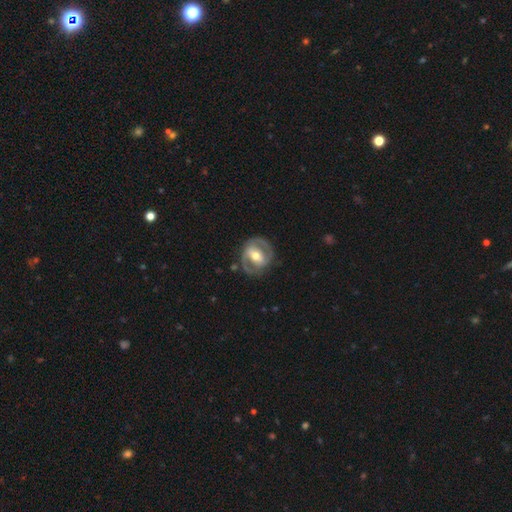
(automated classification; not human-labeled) The model was most divided on "bar": strong: 44%, weak: 34%, no: 22%. More confident: edge-on disk — no (96%); merging — none (75%); smooth or featured — featured or disk (74%); bulge size — moderate (71%); spiral arms — yes (67%).